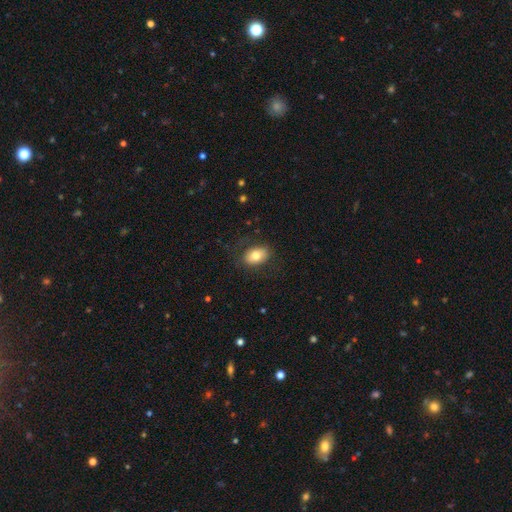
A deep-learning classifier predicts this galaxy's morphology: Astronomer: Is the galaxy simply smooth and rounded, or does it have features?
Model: smooth — 77%.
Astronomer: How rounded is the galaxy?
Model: in between — 84%.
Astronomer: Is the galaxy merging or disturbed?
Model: none — 80%.